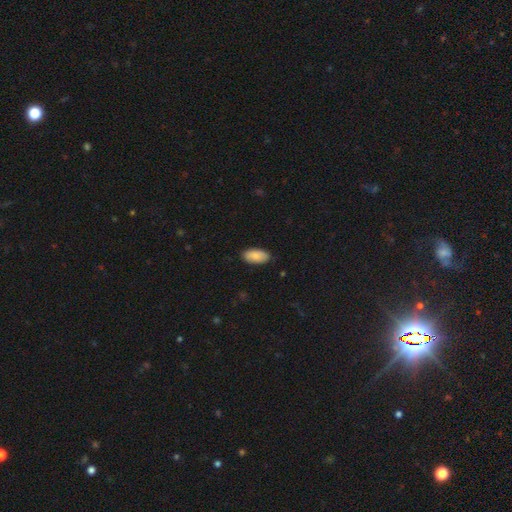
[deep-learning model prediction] This appears to be a smooth galaxy with no disk features (87%) that is in between round and cigar-shaped (94%). Merging: none (86%).